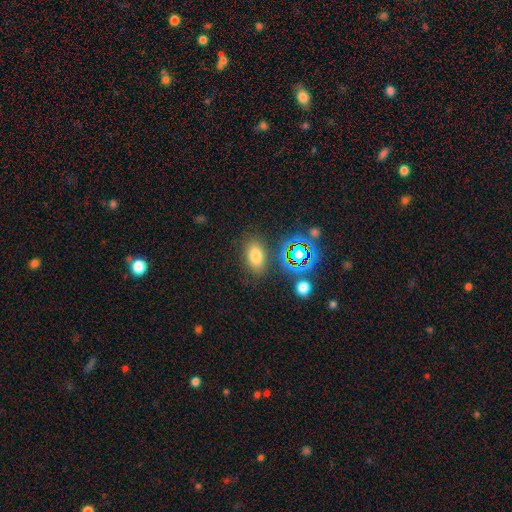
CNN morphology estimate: This appears to be a smooth galaxy with no disk features (70%) that is in between round and cigar-shaped (84%). Merging: none (81%).